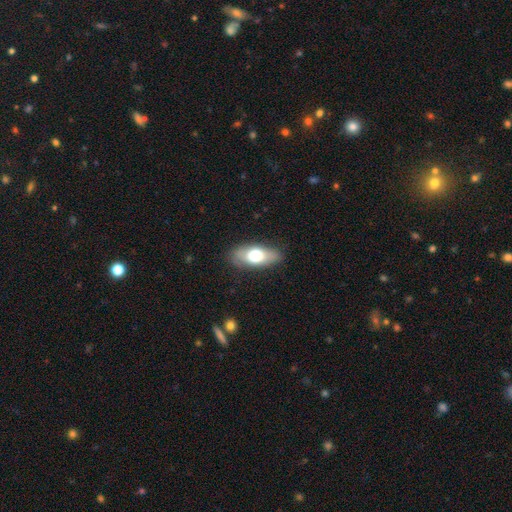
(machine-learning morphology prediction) This appears to be a smooth galaxy with no disk features (65%) that is in between round and cigar-shaped (83%). Merging: none (83%).